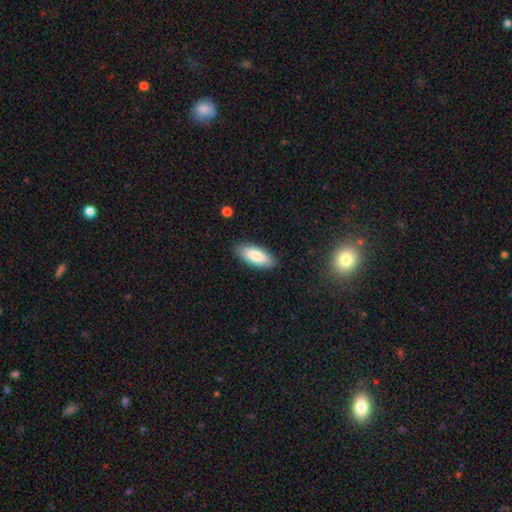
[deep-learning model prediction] Smooth or featured: smooth — 86% (featured or disk — 8%)
How rounded: in between — 81% (cigar-shaped — 17%)
Merging: none — 88% (minor disturbance — 9%)